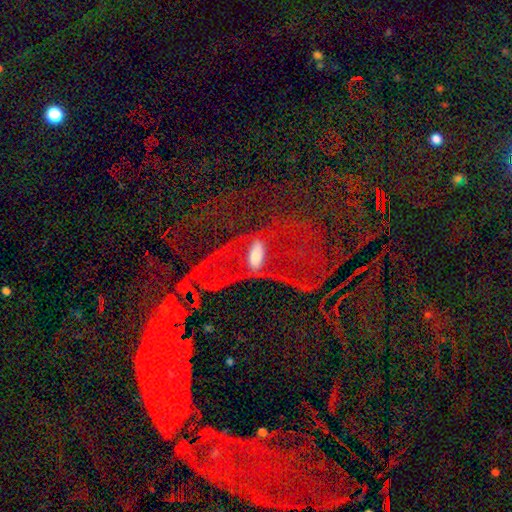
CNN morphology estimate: smooth-or-featured: featured or disk: 38% | smooth: 36% | star or artifact: 26%
  merging: none: 40% | major disturbance: 32% | minor disturbance: 18% | merger: 10%